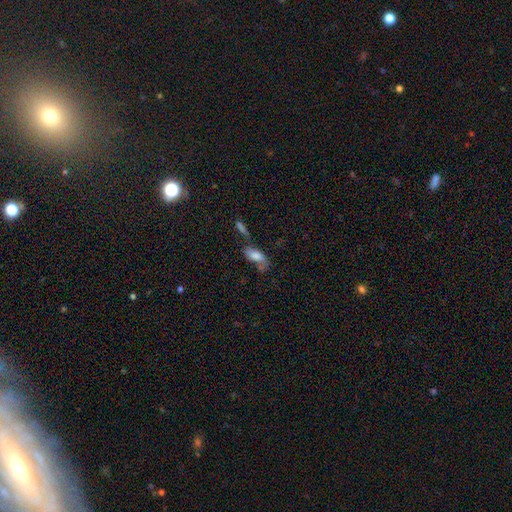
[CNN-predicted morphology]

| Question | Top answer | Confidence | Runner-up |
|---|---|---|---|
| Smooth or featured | smooth | 70% | featured or disk (22%) |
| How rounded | in between | 83% | cigar-shaped (14%) |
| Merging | none | 43% | minor disturbance (23%) |